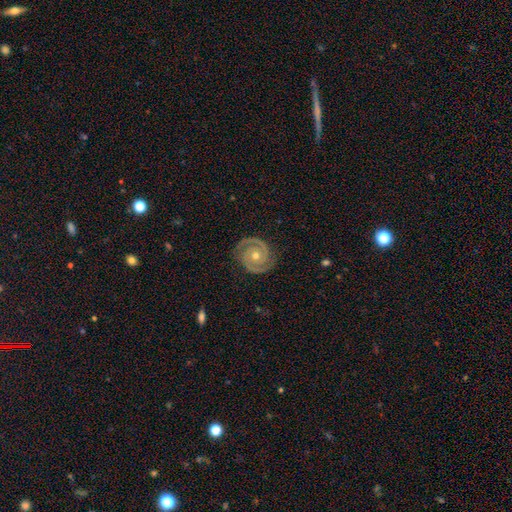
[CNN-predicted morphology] Smooth or featured?
  - featured or disk: 93% *
  - star or artifact: 4%
  - smooth: 3%
Edge-on disk?
  - no: 98% *
  - yes: 2%
Bar?
  - no: 76% *
  - weak: 17%
  - strong: 7%
Spiral arms?
  - yes: 99% *
  - no: 1%
Spiral winding?
  - tight: 73% *
  - medium: 24%
  - loose: 3%
Spiral arm count?
  - 2: 93% *
  - 3: 2%
  - can't tell: 1%
  - 1: 1%
  - 4: 1%
  - more than 4: 1%
Bulge size?
  - moderate: 58% *
  - small: 39%
  - large: 1%
  - none: 1%
  - dominant: 1%
Merging?
  - none: 87% *
  - minor disturbance: 10%
  - major disturbance: 2%
  - merger: 1%